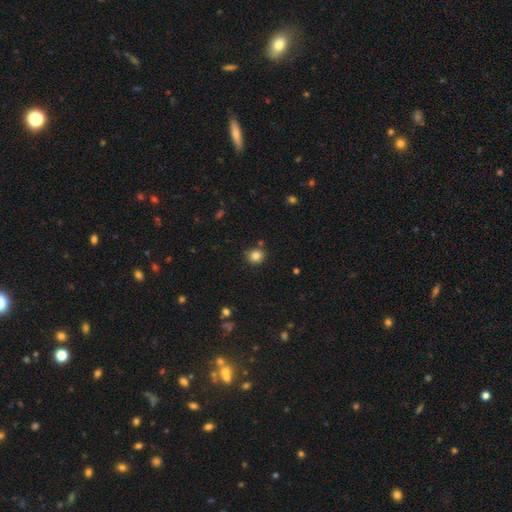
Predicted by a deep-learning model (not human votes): Smooth or featured: smooth — 83% (star or artifact — 11%)
How rounded: round — 85% (in between — 14%)
Merging: none — 81% (minor disturbance — 11%)